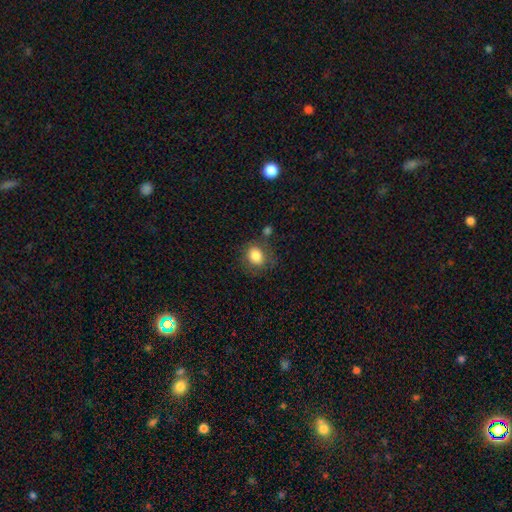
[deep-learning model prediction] smooth-or-featured: smooth: 83% | star or artifact: 9% | featured or disk: 8%
  how-rounded: round: 60% | in between: 39% | cigar-shaped: 1%
  merging: none: 67% | minor disturbance: 19% | major disturbance: 8% | merger: 7%